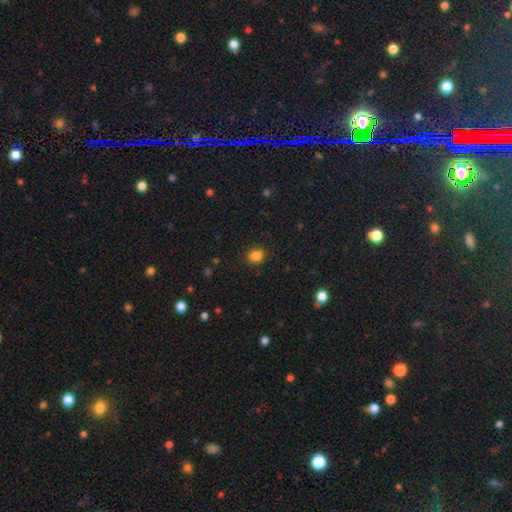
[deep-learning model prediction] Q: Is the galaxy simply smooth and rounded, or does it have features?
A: smooth — 84%.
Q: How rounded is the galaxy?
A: round — 56%.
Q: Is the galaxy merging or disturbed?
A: none — 79%.